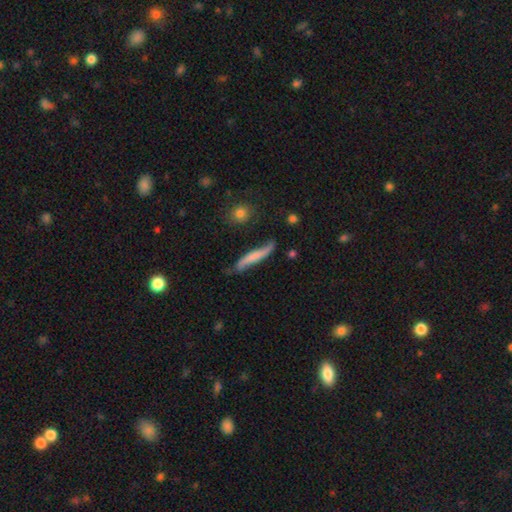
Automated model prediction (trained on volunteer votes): This appears to be a featured or disk galaxy (48%). Merging: none (58%).